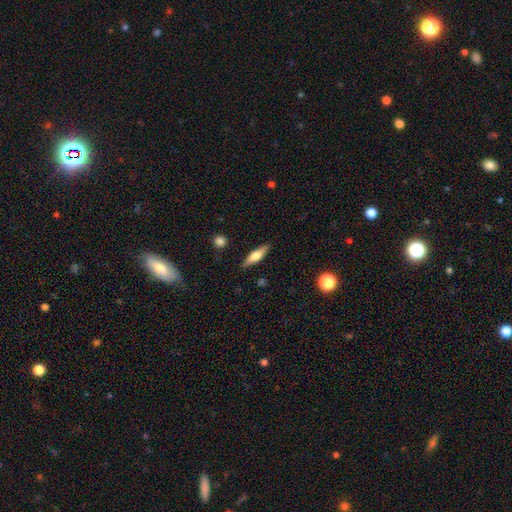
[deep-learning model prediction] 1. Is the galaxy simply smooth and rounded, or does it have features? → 51% smooth, 42% featured or disk, 6% star or artifact.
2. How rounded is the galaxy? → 67% cigar-shaped, 30% in between, 3% round.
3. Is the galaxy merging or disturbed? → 87% none, 9% minor disturbance, 2% major disturbance, 1% merger.